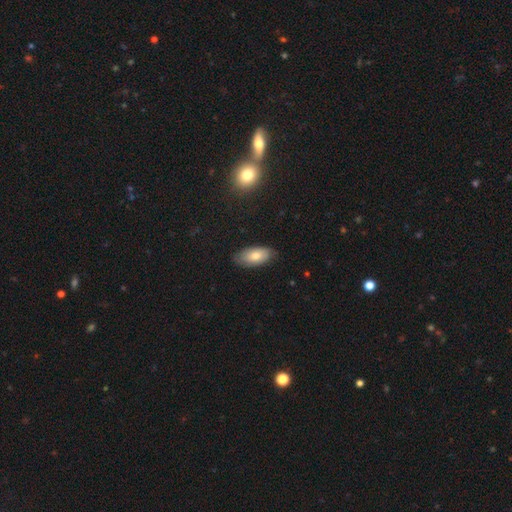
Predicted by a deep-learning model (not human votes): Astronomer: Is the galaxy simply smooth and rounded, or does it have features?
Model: smooth — 72%.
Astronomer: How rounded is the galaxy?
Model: in between — 92%.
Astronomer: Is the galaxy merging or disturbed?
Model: none — 78%.